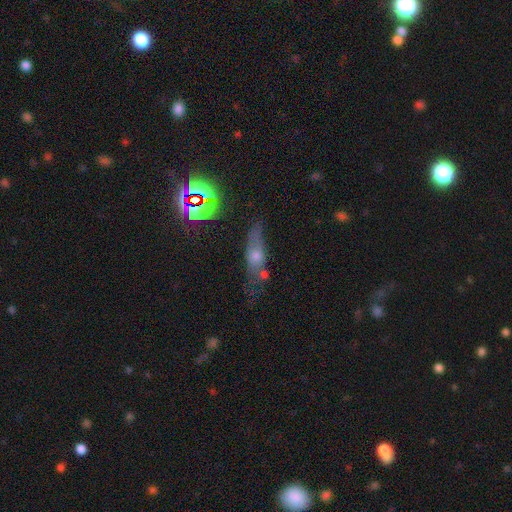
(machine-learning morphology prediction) This appears to be a featured or disk galaxy (36%). Merging: none (58%).